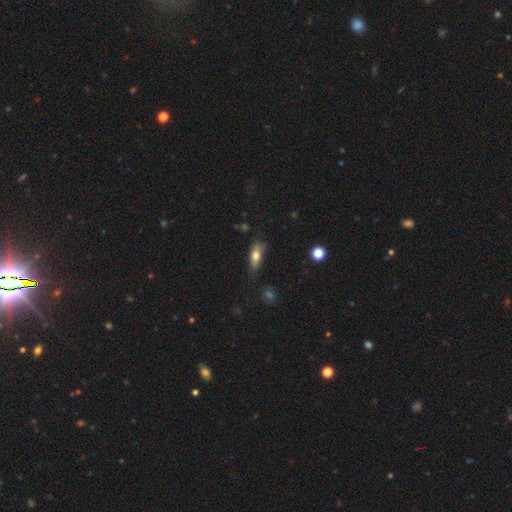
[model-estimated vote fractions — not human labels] Morphology: type=smooth (73%); roundness=in between (67%); merging=none (72%).